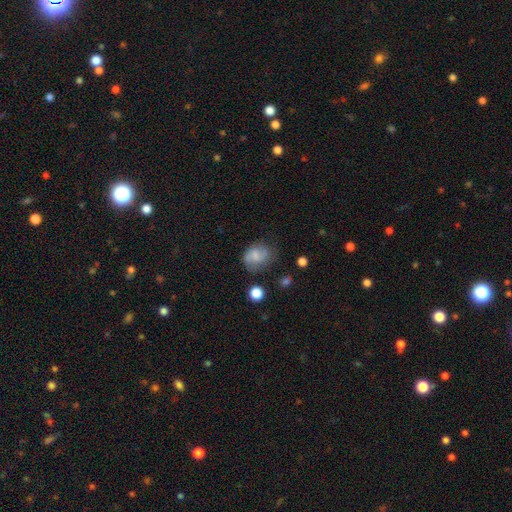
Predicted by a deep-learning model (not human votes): Q: Smooth or featured?
A: smooth (49%); runner-up: featured or disk (41%)
Q: Merging?
A: none (61%); runner-up: minor disturbance (24%)